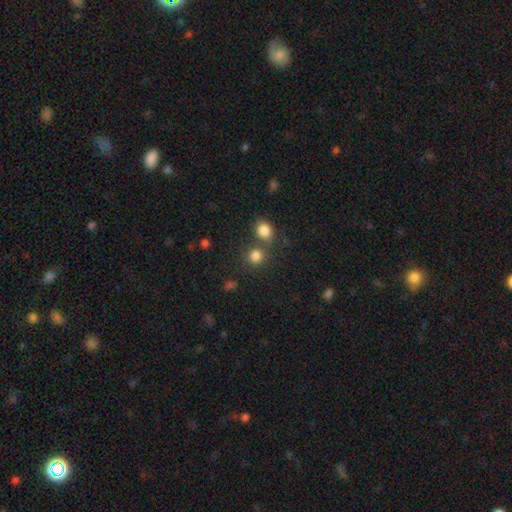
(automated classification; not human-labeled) Morphology: type=smooth (82%); roundness=round (85%); merging=none (62%).